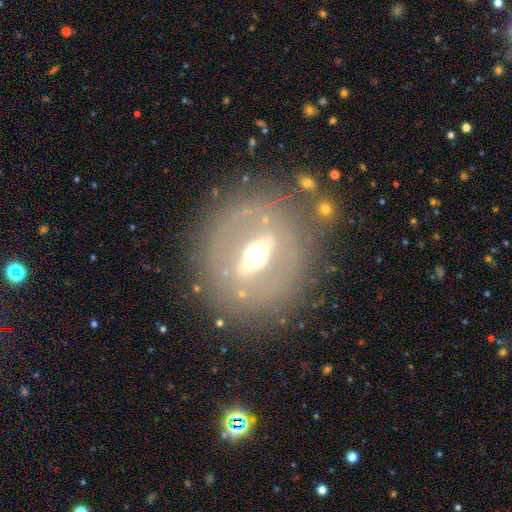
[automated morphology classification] type=featured or disk (70%); edge-on=no (60%); merging=none (80%).